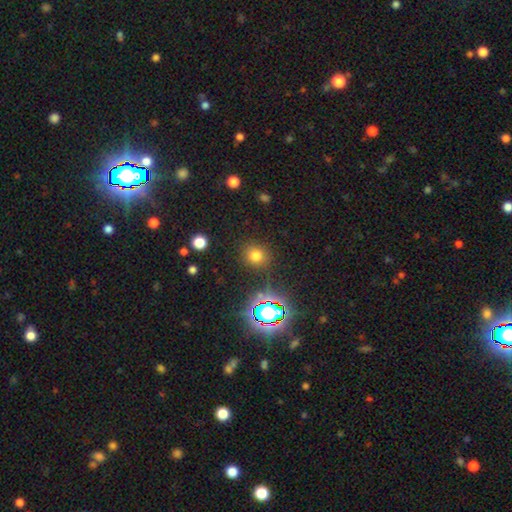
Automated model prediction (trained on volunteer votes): smooth 70%, star or artifact 23%, featured or disk 7%. Down the decision tree: how rounded — round (86%); merging — none (86%).